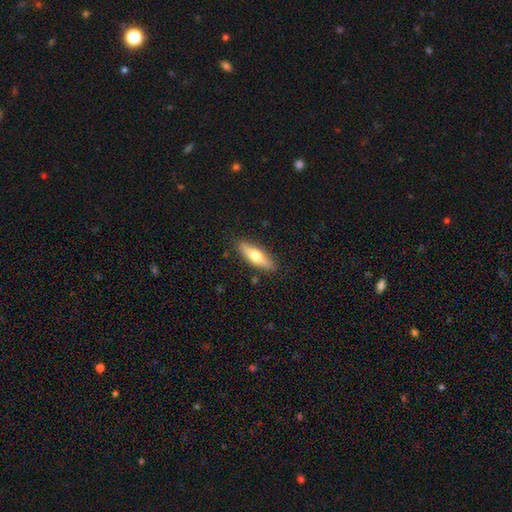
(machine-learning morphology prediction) smooth_or_featured: smooth (p=0.59) [alt: featured or disk p=0.35]
how_rounded: cigar-shaped (p=0.52) [alt: in between p=0.46]
merging: none (p=0.87) [alt: minor disturbance p=0.10]